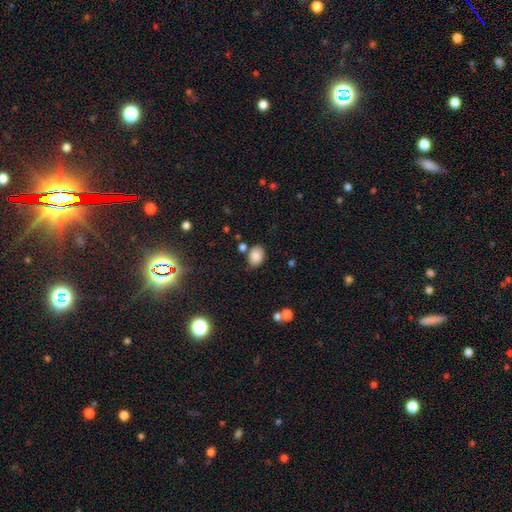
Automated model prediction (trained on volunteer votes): smooth-or-featured: smooth: 86% | star or artifact: 9% | featured or disk: 5%
  how-rounded: in between: 75% | round: 24% | cigar-shaped: 1%
  merging: none: 71% | minor disturbance: 17% | merger: 7% | major disturbance: 4%